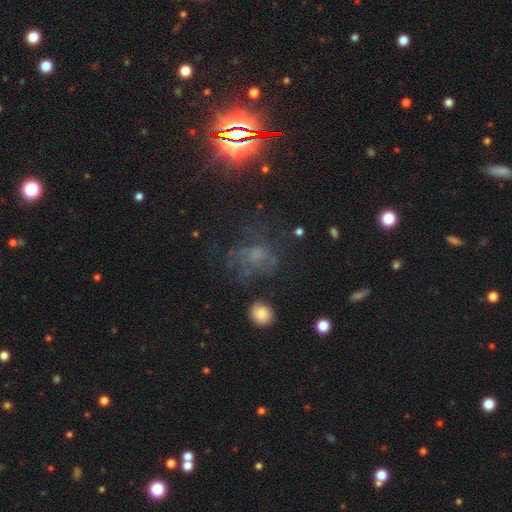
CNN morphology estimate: smooth_or_featured: star or artifact (p=0.40) [alt: featured or disk p=0.32]